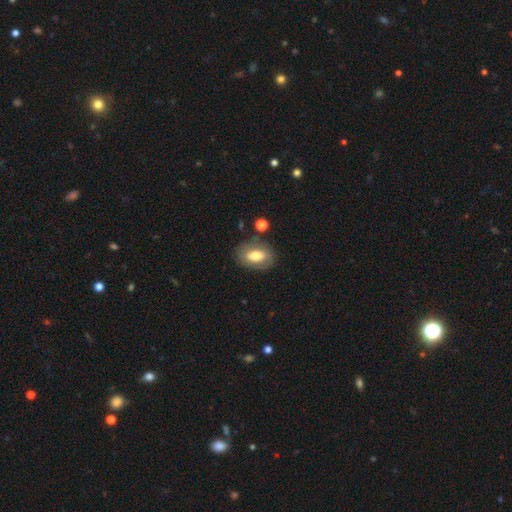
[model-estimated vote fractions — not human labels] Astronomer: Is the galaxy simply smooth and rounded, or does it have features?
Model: smooth — 60%.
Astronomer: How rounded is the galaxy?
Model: in between — 83%.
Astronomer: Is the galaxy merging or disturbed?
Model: none — 75%.